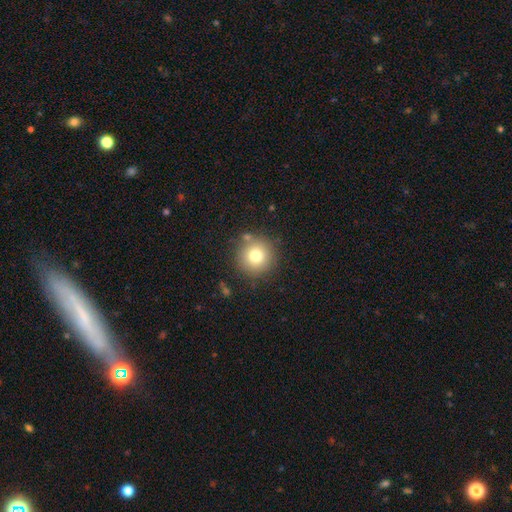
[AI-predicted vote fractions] A smooth galaxy with no disk features (76%) that is round (95%). Merging: none (84%).